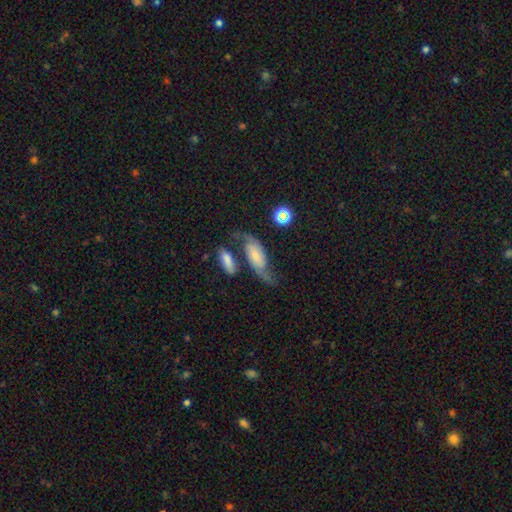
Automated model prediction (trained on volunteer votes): This appears to be a featured or disk galaxy (70%) with no bar (58%), 2 (91%) loose (65%) spiral arms (94%) and a small central bulge (49%). Merging: none (51%).